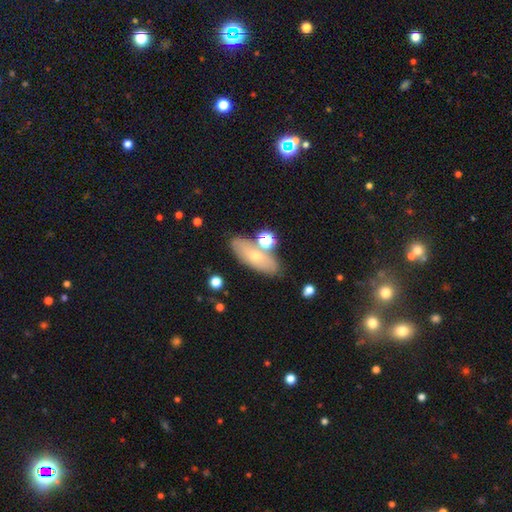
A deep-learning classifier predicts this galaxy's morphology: Smooth or featured? Predicted: smooth (p=0.58). How rounded? Predicted: in between (p=0.68). Merging? Predicted: none (p=0.71).